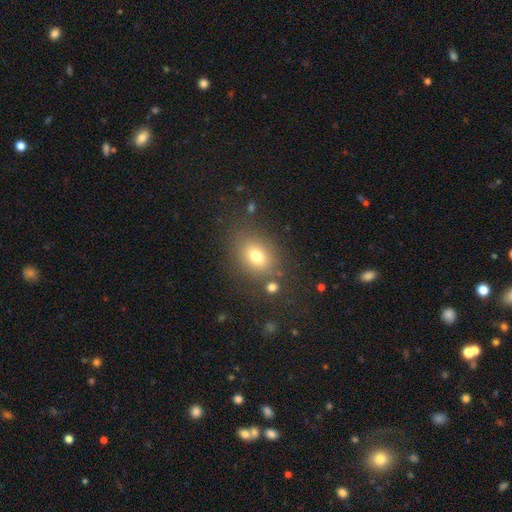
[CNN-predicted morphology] Q: Smooth or featured?
A: smooth (74%); runner-up: star or artifact (13%)
Q: How rounded?
A: in between (61%); runner-up: round (37%)
Q: Merging?
A: none (76%); runner-up: minor disturbance (13%)